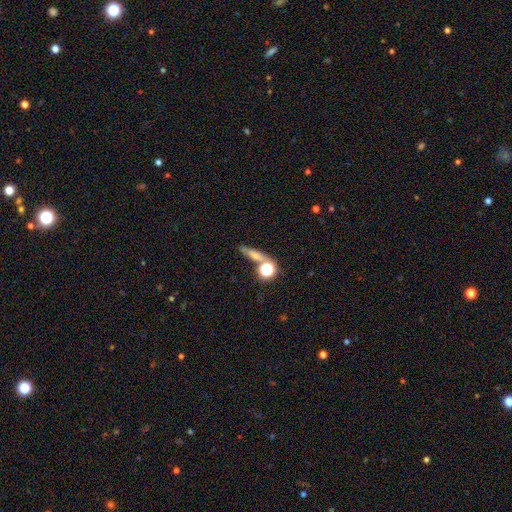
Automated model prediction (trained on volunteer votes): A smooth galaxy with no disk features (54%) that is cigar-shaped (55%). Merging: none (64%).